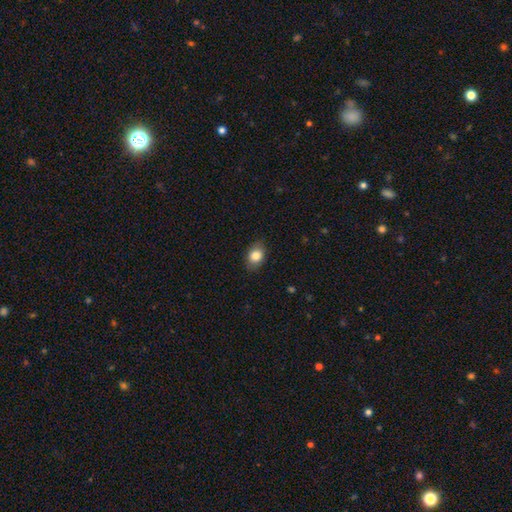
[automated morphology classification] This is clearly a smooth galaxy (84%). How rounded: likely in between (76%). Merging: clearly none (85%).